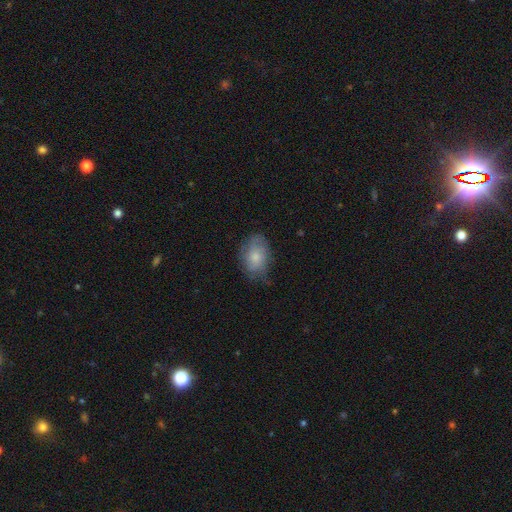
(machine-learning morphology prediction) smooth_or_featured: smooth (p=0.68) [alt: featured or disk p=0.24]
how_rounded: in between (p=0.78) [alt: round p=0.20]
merging: none (p=0.64) [alt: minor disturbance p=0.27]